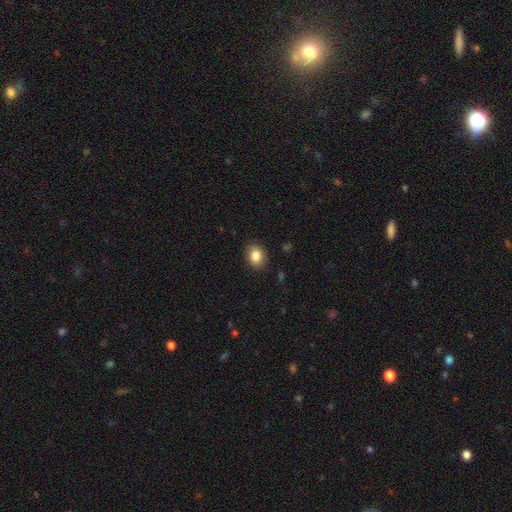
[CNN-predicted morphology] Overall: smooth (85%). How rounded: in between (59%; round 40%). Merging: none (88%).